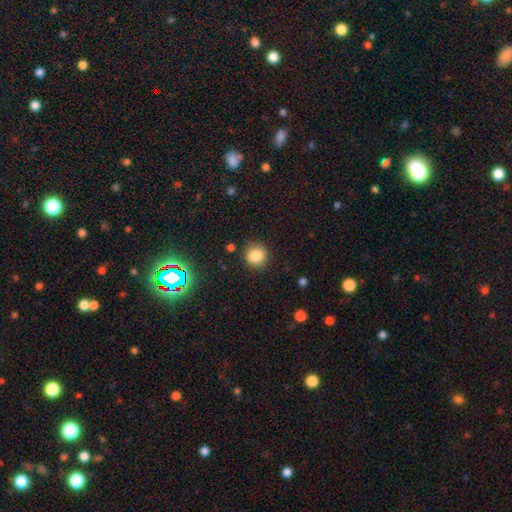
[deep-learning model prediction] This appears to be a smooth galaxy with no disk features (81%) that is round (85%). Merging: none (86%).